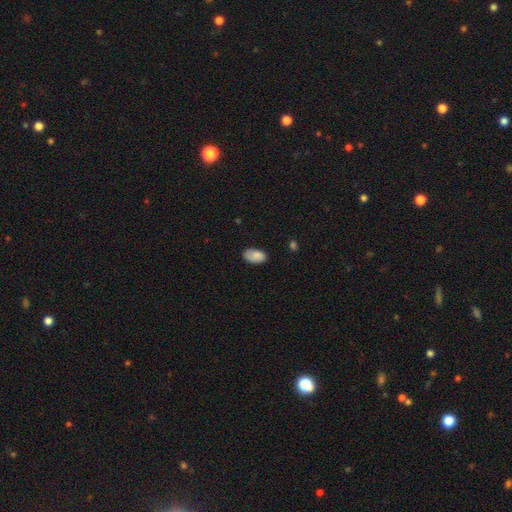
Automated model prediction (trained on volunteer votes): A smooth galaxy with no disk features (84%) that is in between round and cigar-shaped (94%). Merging: none (75%).